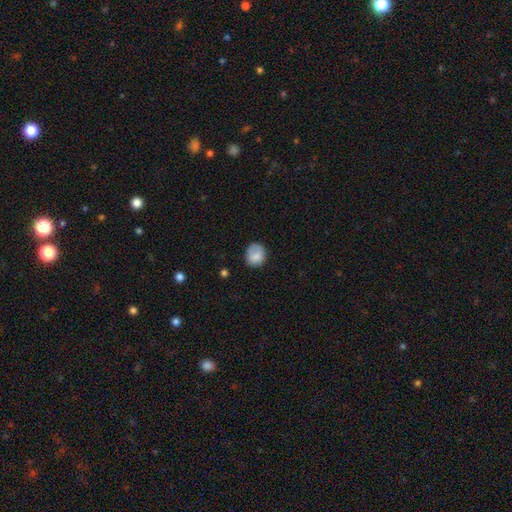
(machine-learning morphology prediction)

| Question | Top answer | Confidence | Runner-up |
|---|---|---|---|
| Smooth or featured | smooth | 80% | featured or disk (12%) |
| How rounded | round | 70% | in between (29%) |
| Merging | none | 71% | minor disturbance (21%) |